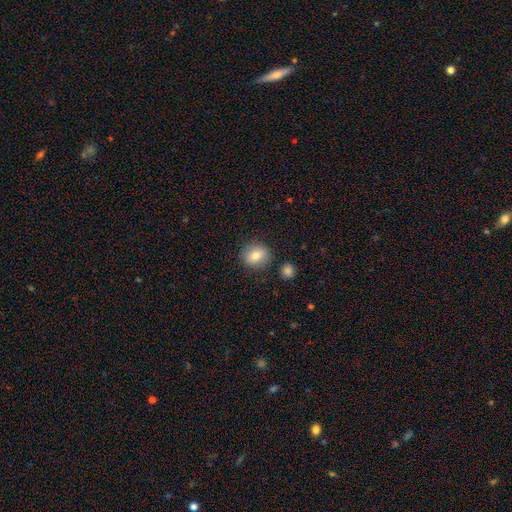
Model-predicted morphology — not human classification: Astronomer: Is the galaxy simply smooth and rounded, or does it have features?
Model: smooth — 78%.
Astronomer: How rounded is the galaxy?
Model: round — 74%.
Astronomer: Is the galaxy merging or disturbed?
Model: none — 83%.